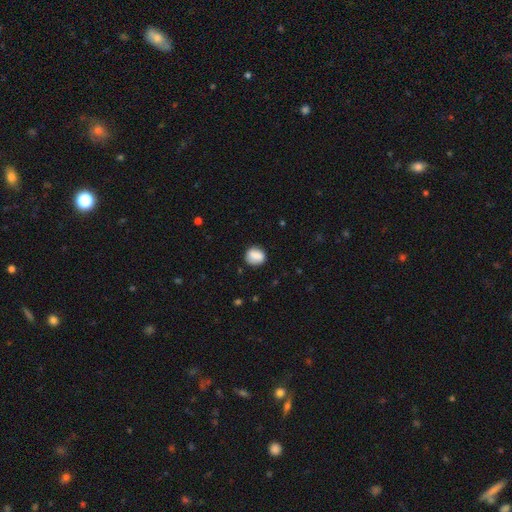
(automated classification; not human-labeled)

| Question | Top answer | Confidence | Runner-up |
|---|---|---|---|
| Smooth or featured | smooth | 83% | featured or disk (10%) |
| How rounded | round | 68% | in between (30%) |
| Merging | none | 79% | minor disturbance (15%) |